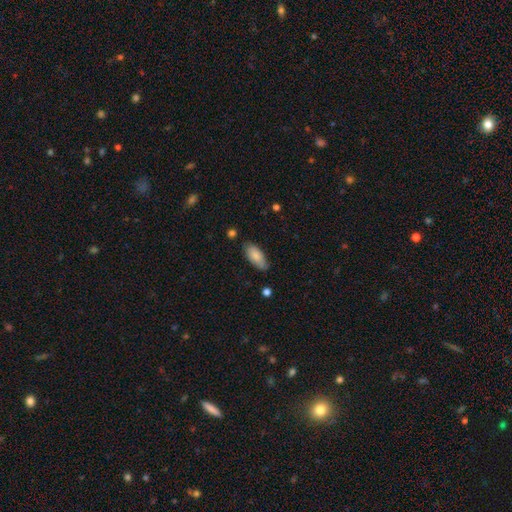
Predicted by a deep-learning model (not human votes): Smooth or featured?
  - smooth: 83% *
  - featured or disk: 11%
  - star or artifact: 6%
How rounded?
  - in between: 86% *
  - cigar-shaped: 12%
  - round: 2%
Merging?
  - none: 78% *
  - minor disturbance: 17%
  - major disturbance: 3%
  - merger: 2%